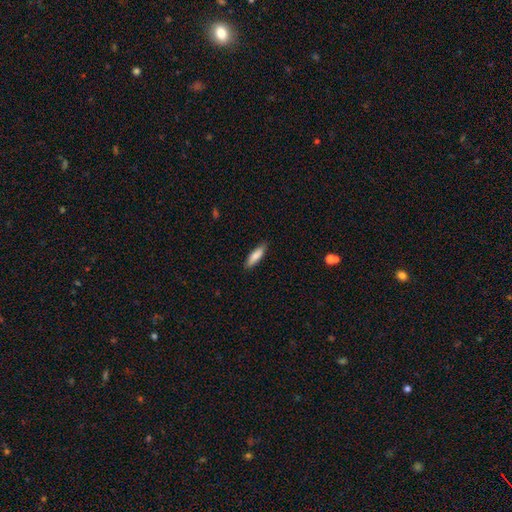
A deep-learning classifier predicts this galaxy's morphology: type=smooth (84%); roundness=cigar-shaped (60%); merging=none (87%).